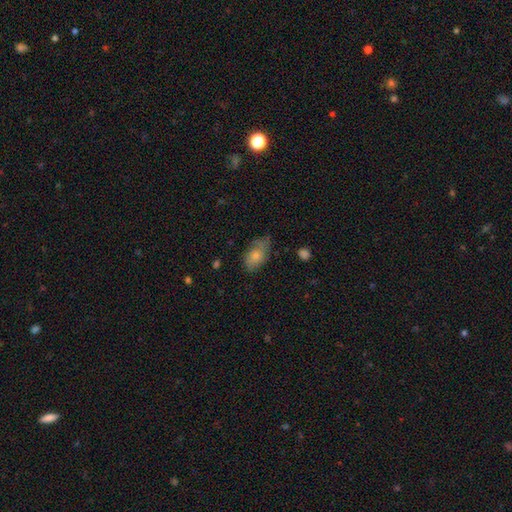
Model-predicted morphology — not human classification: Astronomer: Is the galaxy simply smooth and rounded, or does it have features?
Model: smooth — 60%.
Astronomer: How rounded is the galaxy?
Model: in between — 89%.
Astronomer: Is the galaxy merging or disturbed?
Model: none — 54% (runner-up: minor disturbance, 30%).